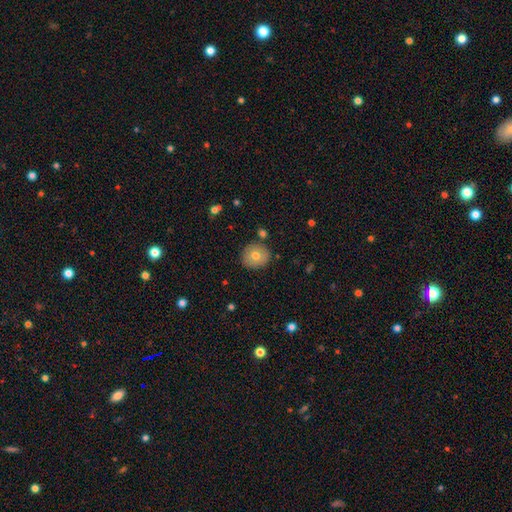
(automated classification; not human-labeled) Q: Smooth or featured?
A: smooth (73%); runner-up: featured or disk (17%)
Q: How rounded?
A: round (88%); runner-up: in between (11%)
Q: Merging?
A: none (86%); runner-up: minor disturbance (8%)